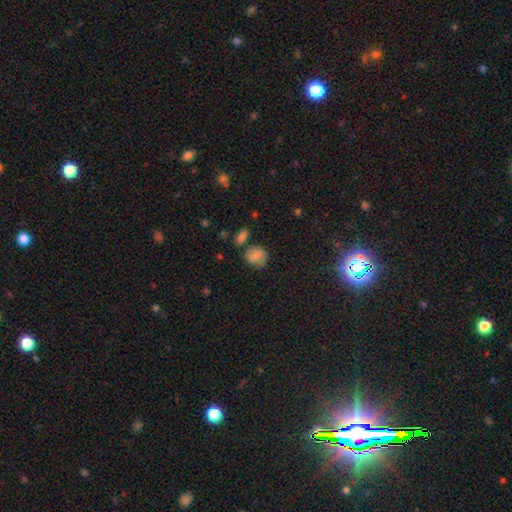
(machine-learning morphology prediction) Smooth or featured: smooth — 76% (featured or disk — 14%)
How rounded: round — 69% (in between — 30%)
Merging: none — 61% (minor disturbance — 22%)